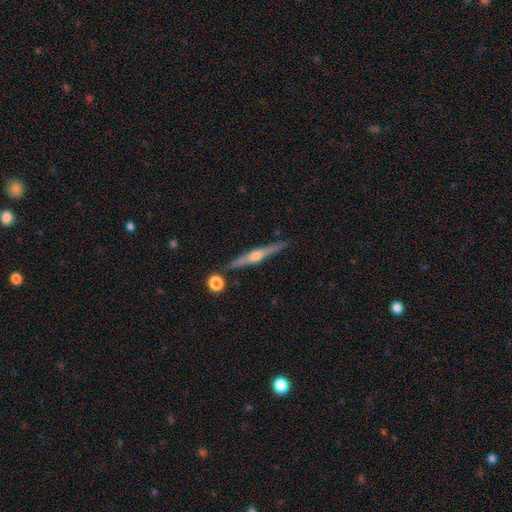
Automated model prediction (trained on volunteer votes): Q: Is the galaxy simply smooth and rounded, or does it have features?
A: featured or disk — 80%.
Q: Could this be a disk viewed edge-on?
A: yes — 98%.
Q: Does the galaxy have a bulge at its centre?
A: rounded — 90%.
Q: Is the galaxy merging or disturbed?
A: none — 87%.